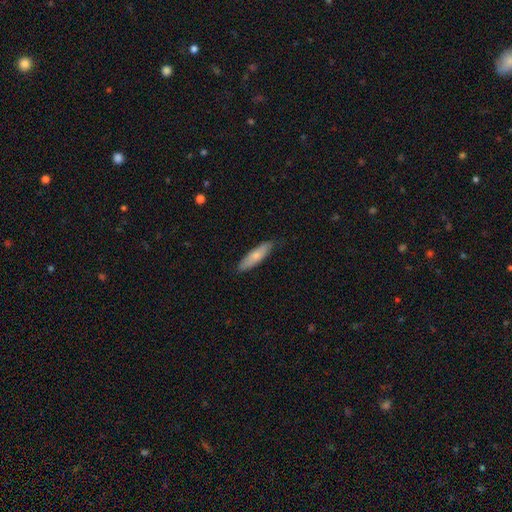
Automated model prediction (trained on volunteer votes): This appears to be a smooth galaxy with no disk features (71%) that is cigar-shaped (66%). Merging: none (82%).